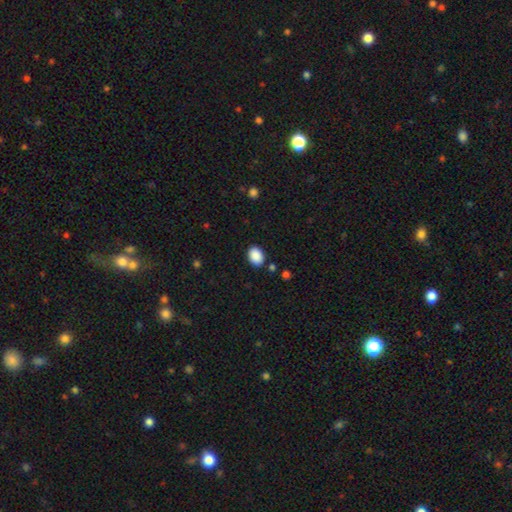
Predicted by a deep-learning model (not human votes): Smooth or featured?
  - smooth: 90% *
  - star or artifact: 8%
  - featured or disk: 3%
How rounded?
  - in between: 75% *
  - round: 24%
  - cigar-shaped: 1%
Merging?
  - none: 87% *
  - minor disturbance: 9%
  - major disturbance: 2%
  - merger: 2%